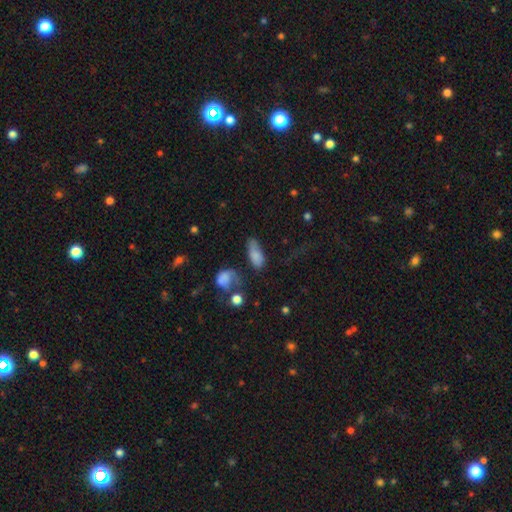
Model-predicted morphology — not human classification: A smooth galaxy with no disk features (75%) that is in between round and cigar-shaped (83%). Merging: none (36%).